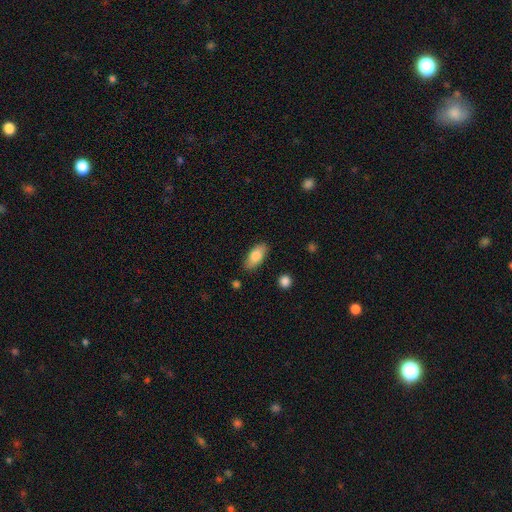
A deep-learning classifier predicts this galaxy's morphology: This is clearly a smooth galaxy (83%). How rounded: clearly in between (88%). Merging: clearly none (84%).